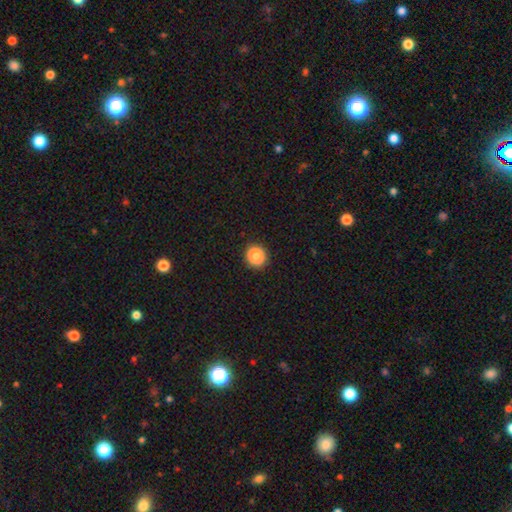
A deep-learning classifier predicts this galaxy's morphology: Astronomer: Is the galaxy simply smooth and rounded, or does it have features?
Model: smooth — 88%.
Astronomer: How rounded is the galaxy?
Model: round — 83%.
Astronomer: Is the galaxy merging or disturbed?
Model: none — 90%.